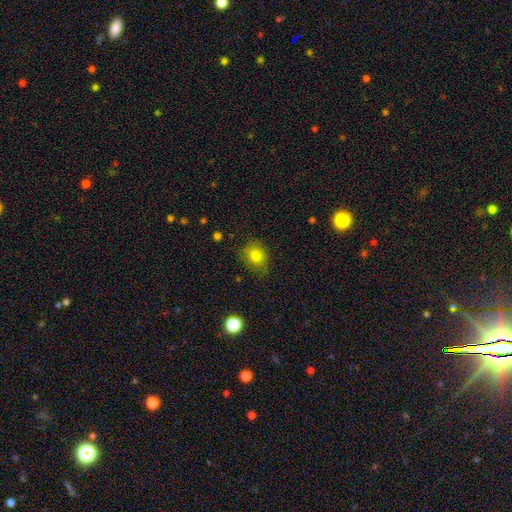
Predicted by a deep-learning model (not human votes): This appears to be a smooth galaxy with no disk features (83%) that is round (56%). Merging: none (73%).